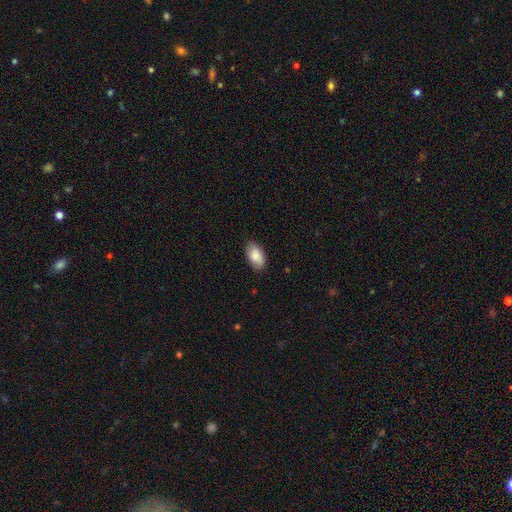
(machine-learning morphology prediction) A smooth galaxy with no disk features (86%) that is in between round and cigar-shaped (94%).

Vote fractions:
- Smooth or featured? smooth: 86% / featured or disk: 8% / star or artifact: 6%
- How rounded? in between: 94% / round: 4% / cigar-shaped: 2%
- Merging? none: 84% / minor disturbance: 13% / major disturbance: 2% / merger: 1%